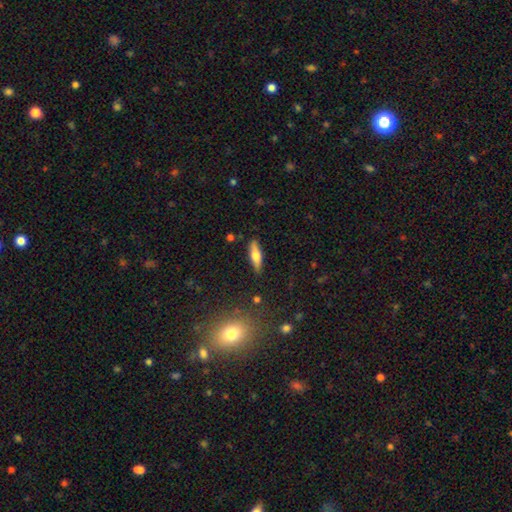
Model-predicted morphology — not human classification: Smooth or featured? smooth (53%)
How rounded? cigar-shaped (62%)
Merging? none (87%)